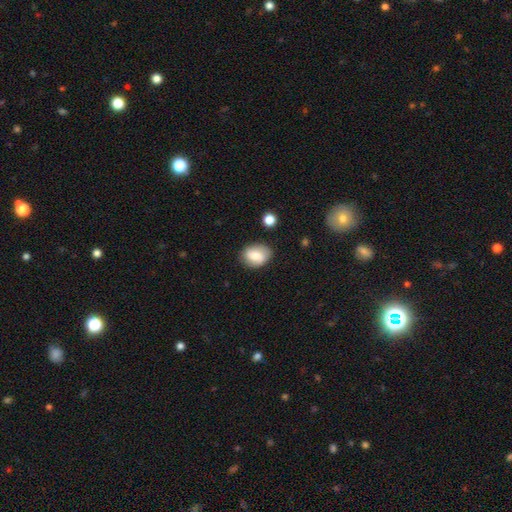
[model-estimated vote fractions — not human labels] smooth-or-featured: smooth: 75% | featured or disk: 18% | star or artifact: 8%
  how-rounded: in between: 68% | round: 31% | cigar-shaped: 1%
  merging: none: 76% | minor disturbance: 17% | major disturbance: 4% | merger: 2%